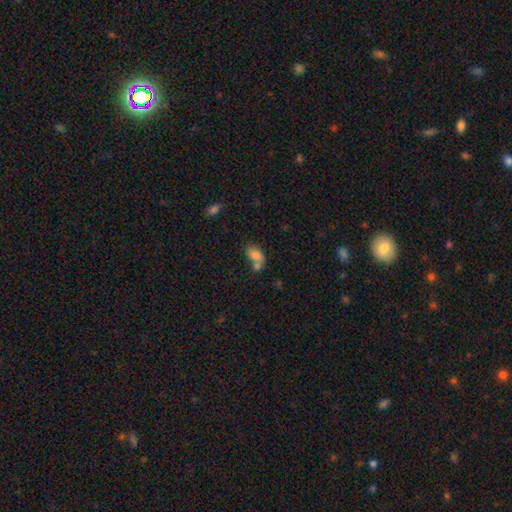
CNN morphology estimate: type=smooth (78%); roundness=in between (87%); merging=merger (50%).